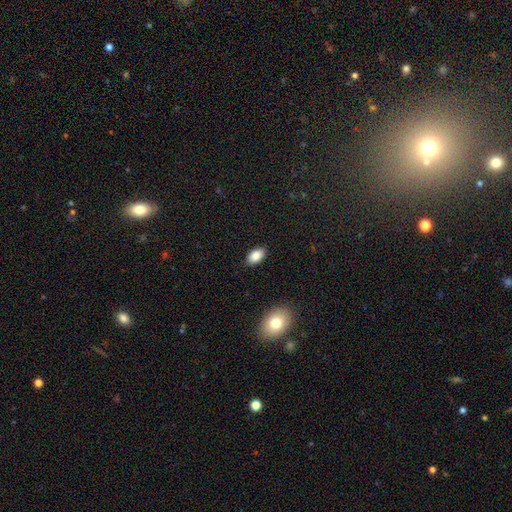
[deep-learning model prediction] Smooth or featured? smooth (87%)
How rounded? in between (92%)
Merging? none (88%)